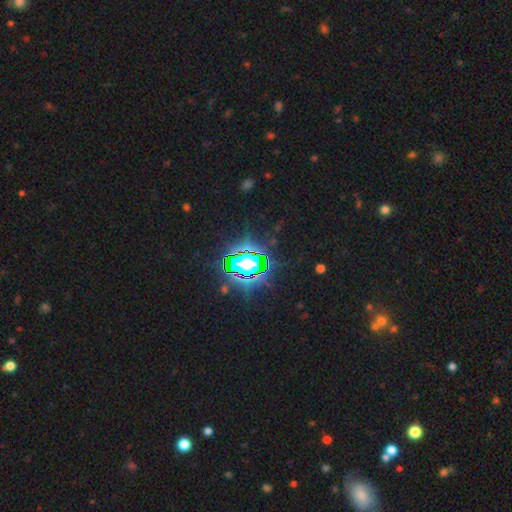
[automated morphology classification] Smooth or featured? star or artifact (83%)